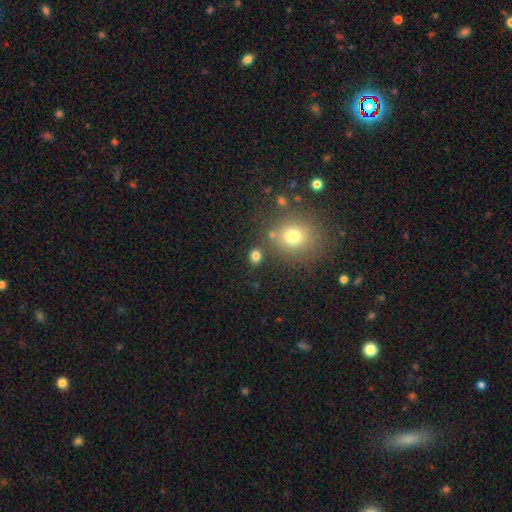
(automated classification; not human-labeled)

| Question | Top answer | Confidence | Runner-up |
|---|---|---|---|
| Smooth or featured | smooth | 79% | star or artifact (15%) |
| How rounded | round | 59% | in between (39%) |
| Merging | none | 79% | minor disturbance (10%) |